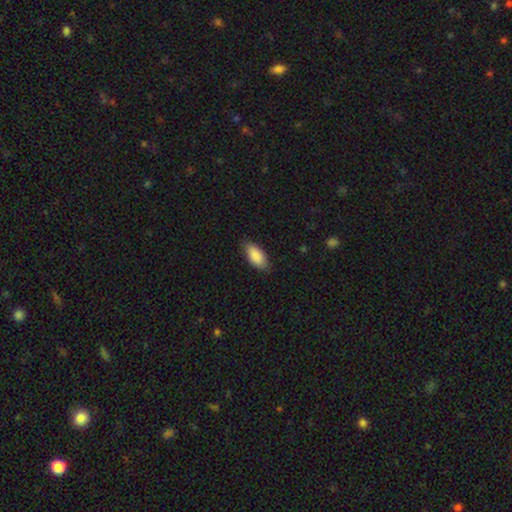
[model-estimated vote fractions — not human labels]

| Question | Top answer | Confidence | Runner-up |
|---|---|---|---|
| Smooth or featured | smooth | 89% | star or artifact (6%) |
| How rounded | in between | 91% | cigar-shaped (7%) |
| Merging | none | 83% | minor disturbance (14%) |